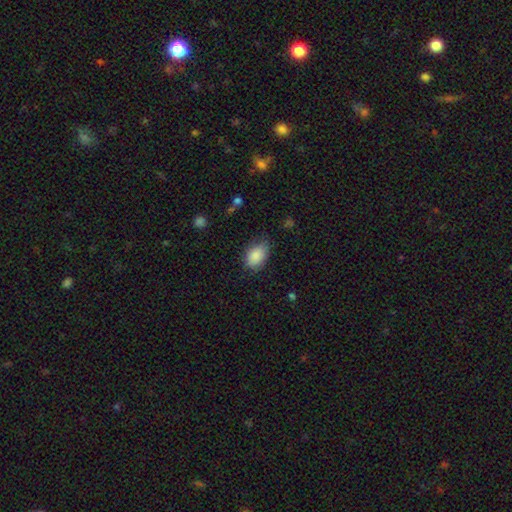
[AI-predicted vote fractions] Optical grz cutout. It shows a smooth galaxy with no disk features (88%) that is in between round and cigar-shaped (87%). Merging: none (71%).